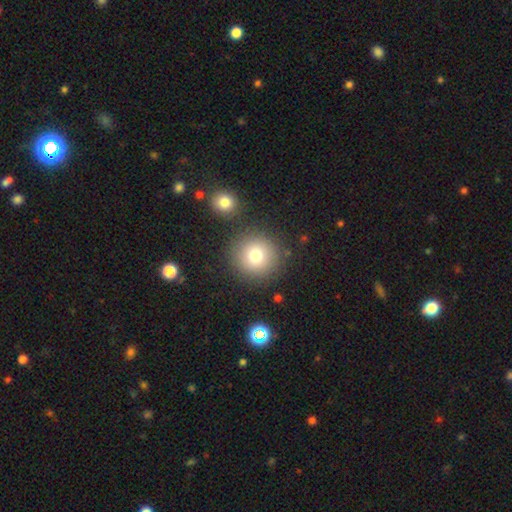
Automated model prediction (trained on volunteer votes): Smooth or featured? Predicted: smooth (p=0.77). How rounded? Predicted: round (p=0.94). Merging? Predicted: none (p=0.83).